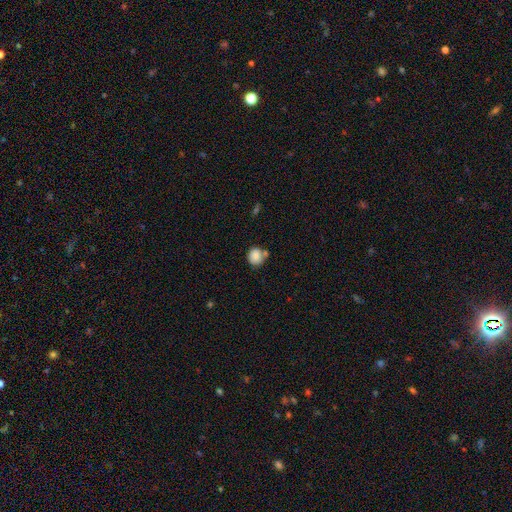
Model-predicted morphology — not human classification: Smooth or featured: smooth — 85% (star or artifact — 9%)
How rounded: round — 84% (in between — 15%)
Merging: none — 63% (minor disturbance — 16%)